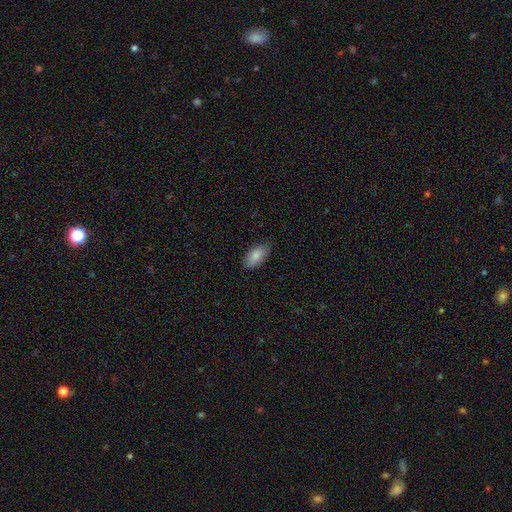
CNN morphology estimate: smooth 86%, featured or disk 7%, star or artifact 6%. Down the decision tree: how rounded — in between (93%); merging — none (81%).